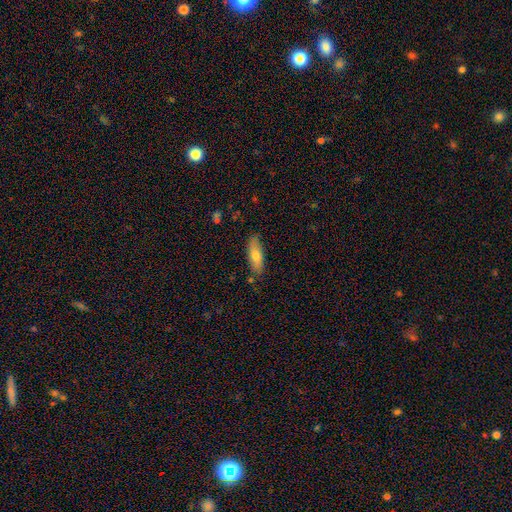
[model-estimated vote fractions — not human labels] Smooth or featured?
  - smooth: 72% *
  - featured or disk: 22%
  - star or artifact: 6%
How rounded?
  - in between: 60% *
  - cigar-shaped: 37%
  - round: 2%
Merging?
  - none: 80% *
  - minor disturbance: 15%
  - major disturbance: 2%
  - merger: 2%